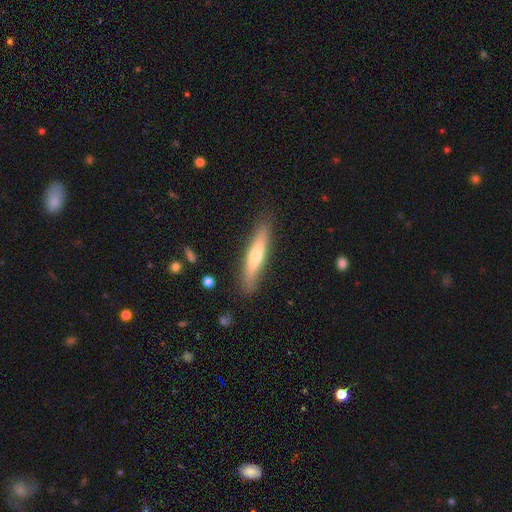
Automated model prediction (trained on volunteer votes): Overall: smooth (55%; featured or disk 39%). How rounded: cigar-shaped (90%). Merging: none (87%).